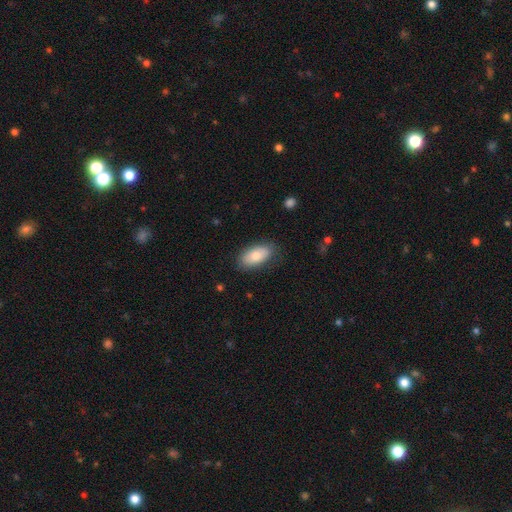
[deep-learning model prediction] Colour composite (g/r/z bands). It shows a smooth galaxy with no disk features (74%) that is in between round and cigar-shaped (93%). Merging: none (79%).